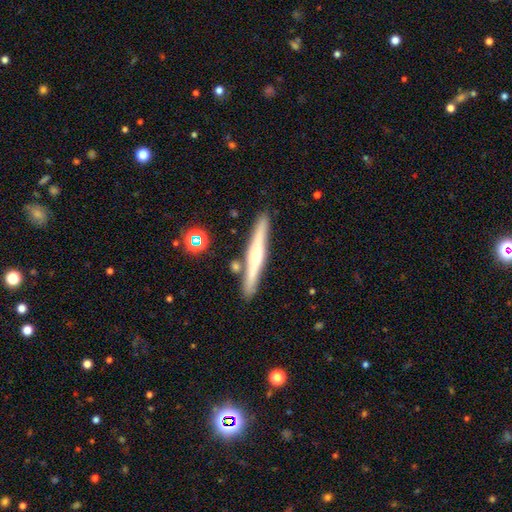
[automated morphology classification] The model was most divided on "smooth or featured": featured or disk: 64%, smooth: 29%, star or artifact: 7%. More confident: edge-on disk — yes (96%); merging — none (85%); edge-on bulge — rounded (80%).